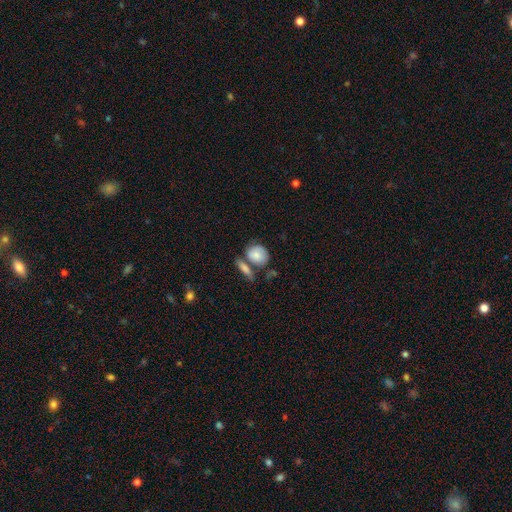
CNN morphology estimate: Overall: smooth (73%). How rounded: round (55%; in between 42%). Merging: none (45%; merger 30%).